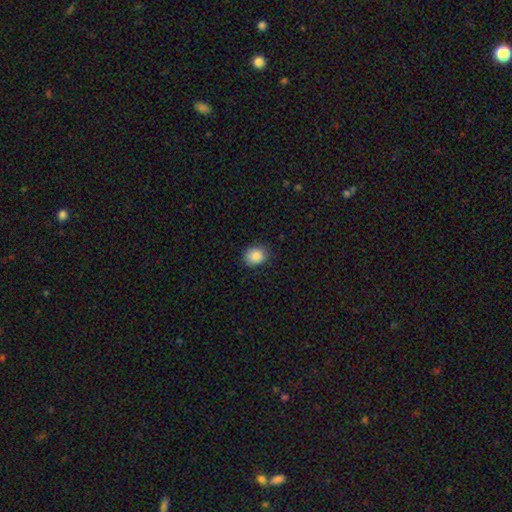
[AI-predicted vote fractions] A smooth galaxy with no disk features (87%) that is round (64%).

Vote fractions:
- Smooth or featured? smooth: 87% / star or artifact: 9% / featured or disk: 4%
- How rounded? round: 64% / in between: 35% / cigar-shaped: 1%
- Merging? none: 84% / minor disturbance: 12% / major disturbance: 3% / merger: 1%